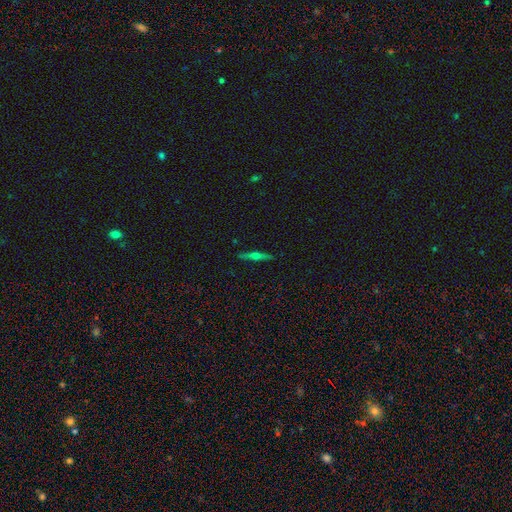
A featured or disk galaxy (60%) viewed edge-on (100%) with a rounded central bulge (100%). Merging: none (95%).